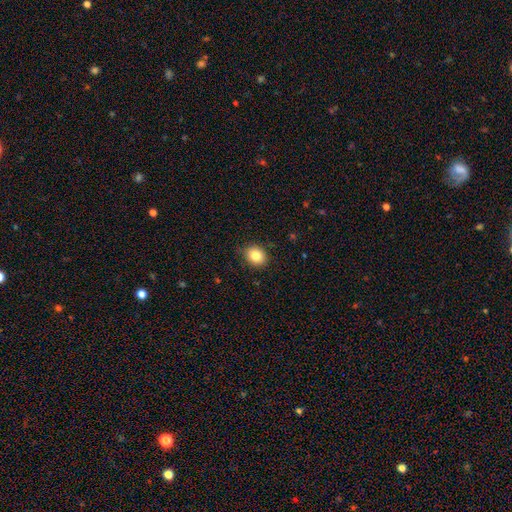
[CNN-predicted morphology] Smooth or featured? Predicted: smooth (p=0.84). How rounded? Predicted: round (p=0.61). Merging? Predicted: none (p=0.85).